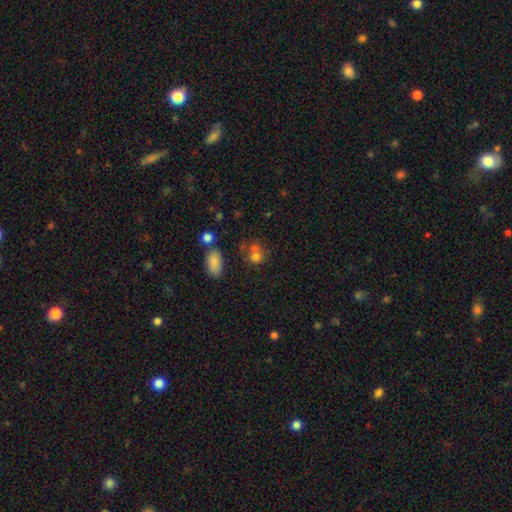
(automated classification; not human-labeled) The model was most divided on "merging": none: 45%, merger: 33%, minor disturbance: 14%, major disturbance: 8%. More confident: smooth or featured — smooth (73%); how rounded — round (65%).